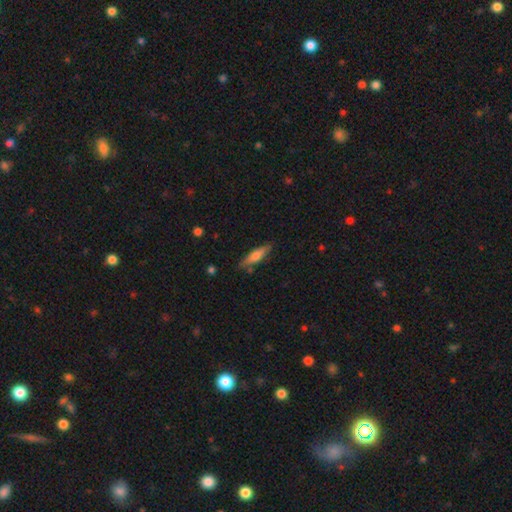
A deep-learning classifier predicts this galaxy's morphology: Smooth or featured? Predicted: smooth (p=0.60). How rounded? Predicted: cigar-shaped (p=0.69). Merging? Predicted: none (p=0.81).